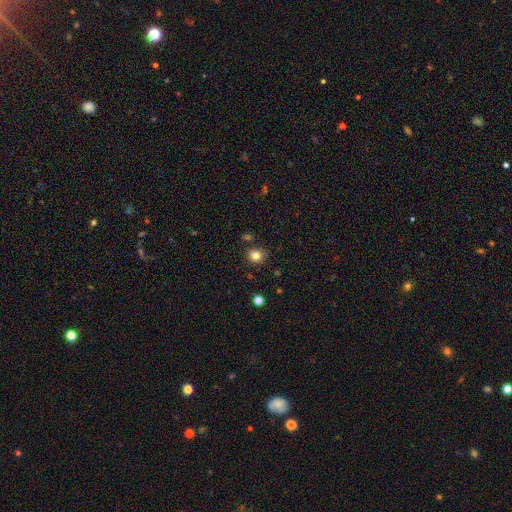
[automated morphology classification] Smooth or featured: smooth — 82% (star or artifact — 12%)
How rounded: round — 85% (in between — 14%)
Merging: none — 83% (minor disturbance — 10%)